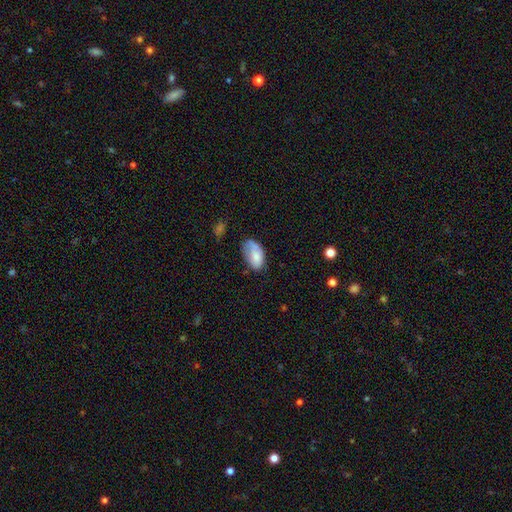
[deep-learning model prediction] Smooth or featured?
  - smooth: 75% *
  - featured or disk: 18%
  - star or artifact: 7%
How rounded?
  - in between: 93% *
  - round: 5%
  - cigar-shaped: 2%
Merging?
  - none: 42% *
  - minor disturbance: 35%
  - major disturbance: 18%
  - merger: 5%